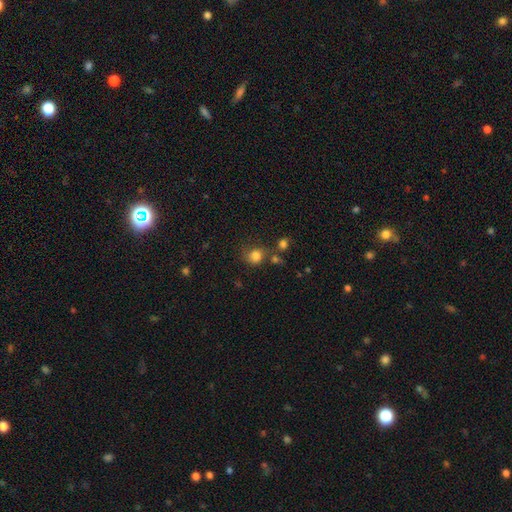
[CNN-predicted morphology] Q: Smooth or featured?
A: smooth (81%); runner-up: star or artifact (12%)
Q: How rounded?
A: round (75%); runner-up: in between (24%)
Q: Merging?
A: none (58%); runner-up: minor disturbance (18%)